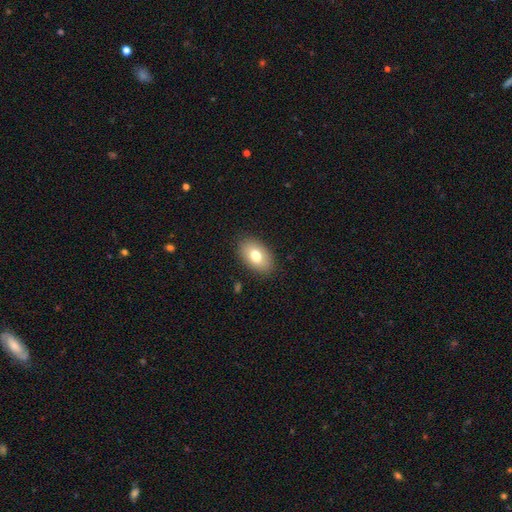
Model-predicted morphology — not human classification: type=smooth (76%); roundness=in between (90%); merging=none (86%).